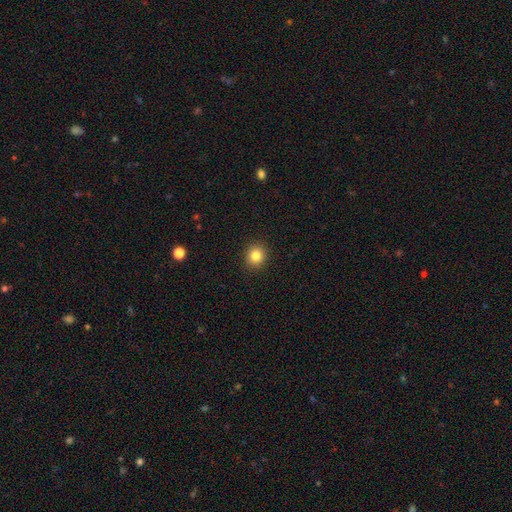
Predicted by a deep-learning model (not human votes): Q: Smooth or featured?
A: smooth (83%); runner-up: star or artifact (11%)
Q: How rounded?
A: round (88%); runner-up: in between (11%)
Q: Merging?
A: none (92%); runner-up: minor disturbance (6%)